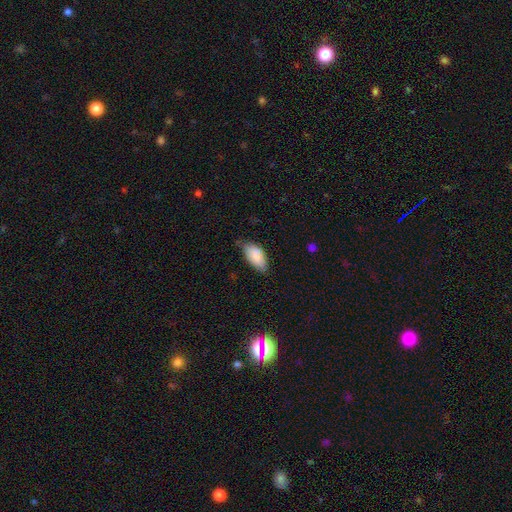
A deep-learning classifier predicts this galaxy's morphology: This appears to be a smooth galaxy with no disk features (87%) that is in between round and cigar-shaped (92%). Merging: none (64%).